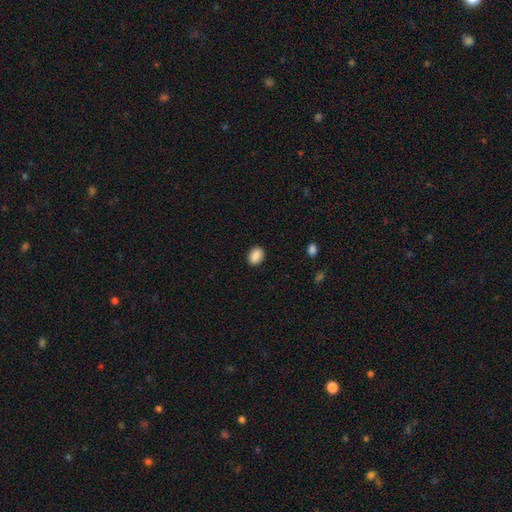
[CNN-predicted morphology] This is clearly a smooth galaxy (89%). How rounded: likely in between (74%). Merging: clearly none (90%).